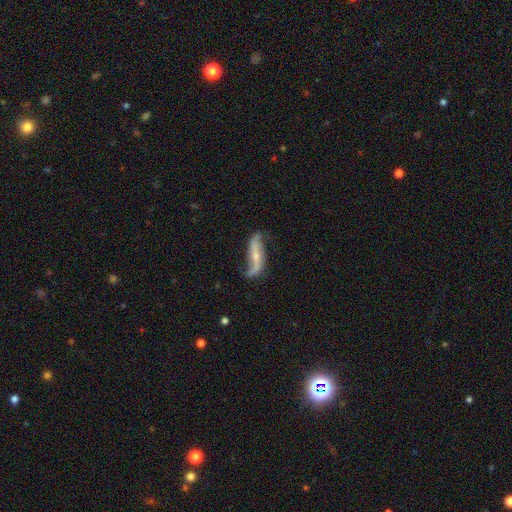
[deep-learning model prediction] A featured or disk galaxy (84%) with no bar (36%, tied with strong), 2 (90%) loose (87%) spiral arms (94%) and a small central bulge (61%). Merging: none (65%).